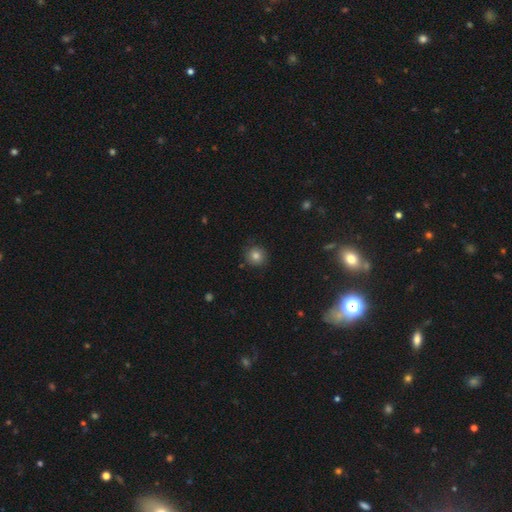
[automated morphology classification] smooth-or-featured: smooth: 81% | star or artifact: 12% | featured or disk: 7%
  how-rounded: round: 91% | in between: 8% | cigar-shaped: 1%
  merging: none: 87% | minor disturbance: 9% | major disturbance: 2% | merger: 1%